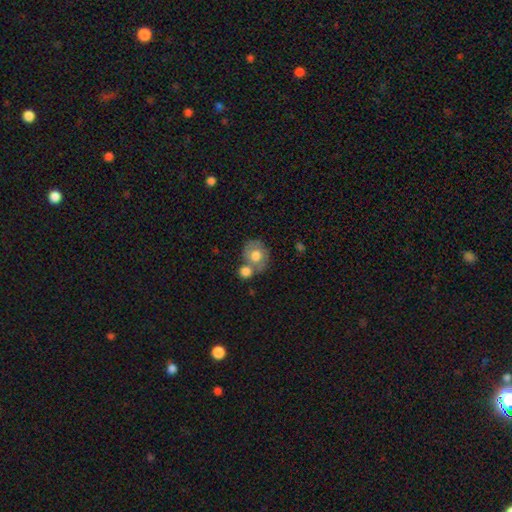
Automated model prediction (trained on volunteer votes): This appears to be a smooth galaxy with no disk features (64%) that is round (65%). Merging: merger (43%).